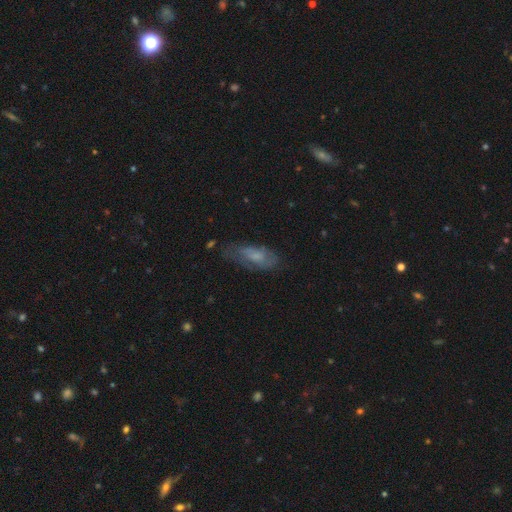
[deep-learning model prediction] Smooth or featured? smooth (51%)
How rounded? in between (74%)
Merging? none (56%)